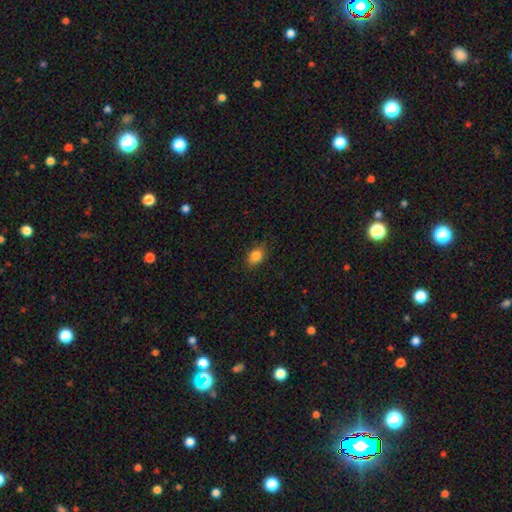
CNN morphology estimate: Q: Smooth or featured?
A: smooth (85%); runner-up: star or artifact (9%)
Q: How rounded?
A: in between (67%); runner-up: round (31%)
Q: Merging?
A: none (85%); runner-up: minor disturbance (11%)